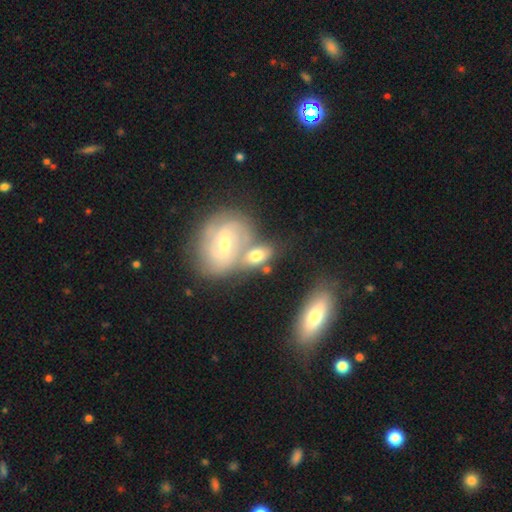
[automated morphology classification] type=smooth (48%); merging=none (41%).